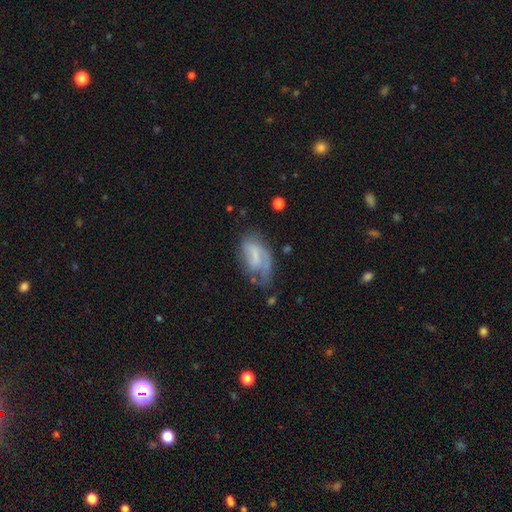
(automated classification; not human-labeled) Smooth or featured? Predicted: featured or disk (p=0.56). Edge-on disk? Predicted: no (p=0.94). Bar? Predicted: weak (p=0.43). Spiral arms? Predicted: yes (p=0.73). Bulge size? Predicted: none (p=0.43). Merging? Predicted: none (p=0.41).